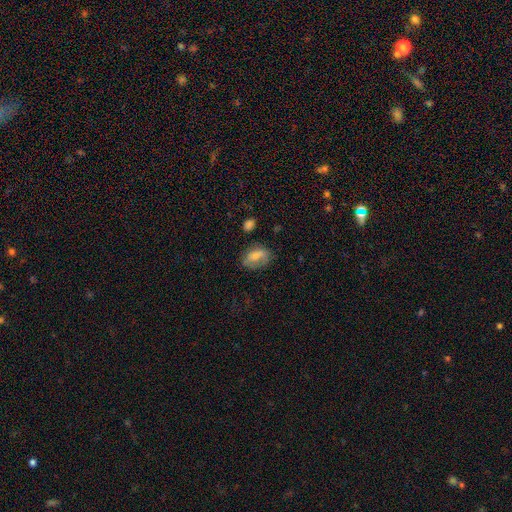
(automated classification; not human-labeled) Overall: smooth (63%; featured or disk 29%). How rounded: in between (83%). Merging: none (64%).